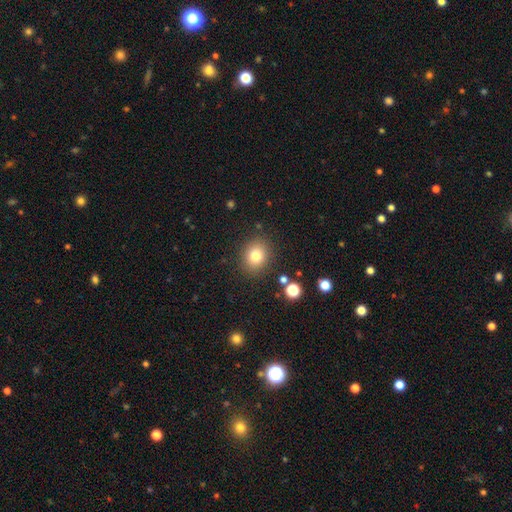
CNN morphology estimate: smooth 79%, star or artifact 12%, featured or disk 9%. Down the decision tree: how rounded — round (65%); merging — none (86%).